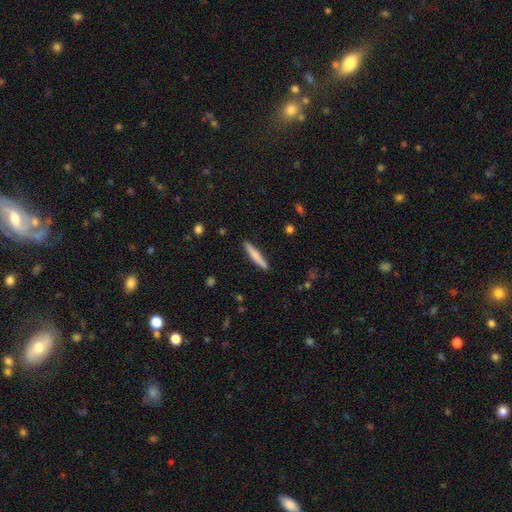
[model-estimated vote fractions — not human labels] Smooth or featured?
  - smooth: 69% *
  - featured or disk: 26%
  - star or artifact: 5%
How rounded?
  - cigar-shaped: 94% *
  - in between: 5%
  - round: 1%
Merging?
  - none: 89% *
  - minor disturbance: 8%
  - major disturbance: 2%
  - merger: 1%